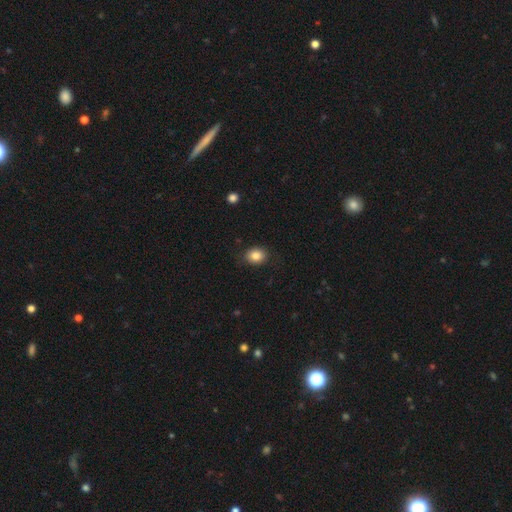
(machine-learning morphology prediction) Smooth or featured?
  - smooth: 85% *
  - star or artifact: 9%
  - featured or disk: 6%
How rounded?
  - round: 54% *
  - in between: 45%
  - cigar-shaped: 1%
Merging?
  - none: 86% *
  - minor disturbance: 10%
  - major disturbance: 3%
  - merger: 1%